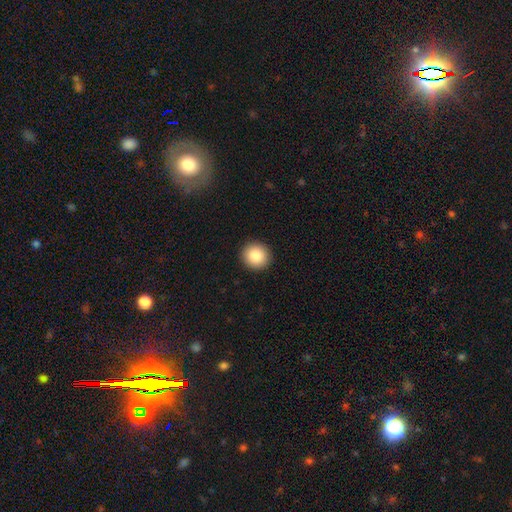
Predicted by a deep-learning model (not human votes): A smooth galaxy with no disk features (85%) that is round (92%). Merging: none (93%).